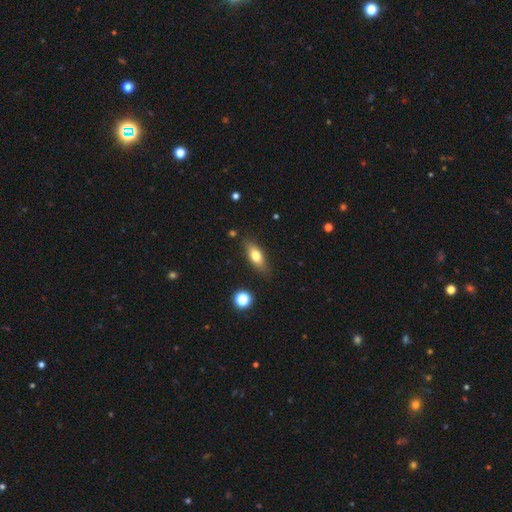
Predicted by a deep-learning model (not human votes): Smooth or featured: smooth — 69% (featured or disk — 23%)
How rounded: in between — 72% (cigar-shaped — 23%)
Merging: none — 82% (minor disturbance — 13%)